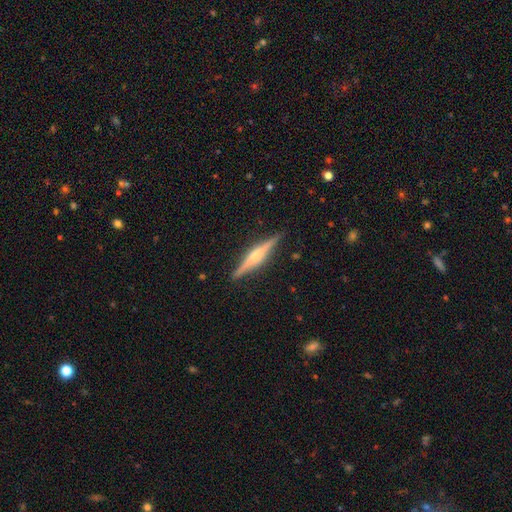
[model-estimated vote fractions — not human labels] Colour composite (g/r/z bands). It shows a featured or disk galaxy (74%) viewed edge-on (98%) with a rounded central bulge (75%). Merging: none (90%).